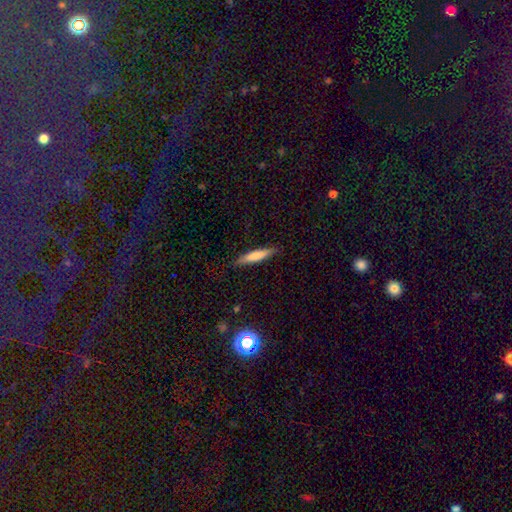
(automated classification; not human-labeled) Smooth or featured? Predicted: smooth (p=0.75). How rounded? Predicted: cigar-shaped (p=0.87). Merging? Predicted: none (p=0.87).